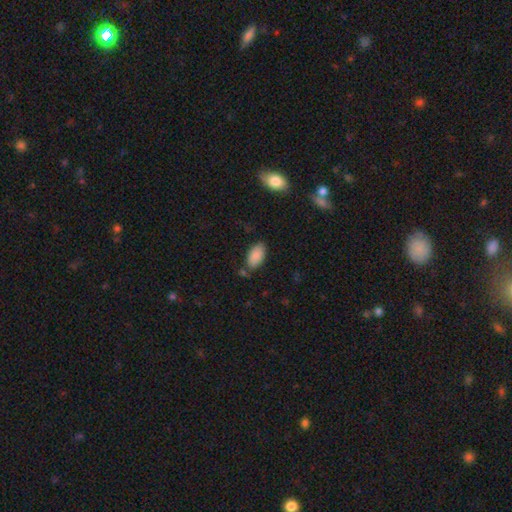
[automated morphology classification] Smooth or featured: smooth — 87% (star or artifact — 7%)
How rounded: in between — 94% (round — 3%)
Merging: none — 74% (minor disturbance — 16%)